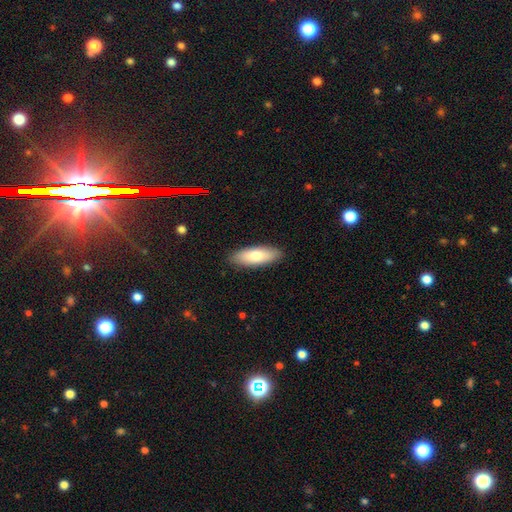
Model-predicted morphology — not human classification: Smooth or featured? Predicted: smooth (p=0.79). How rounded? Predicted: in between (p=0.62). Merging? Predicted: none (p=0.89).